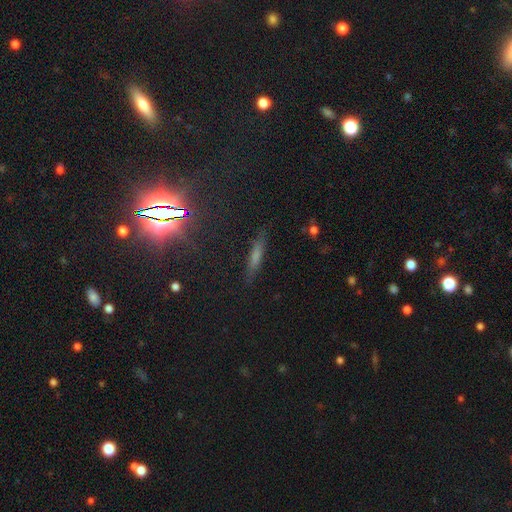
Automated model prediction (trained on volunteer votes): Smooth or featured: smooth — 42% (featured or disk — 30%)
Merging: none — 83% (minor disturbance — 12%)